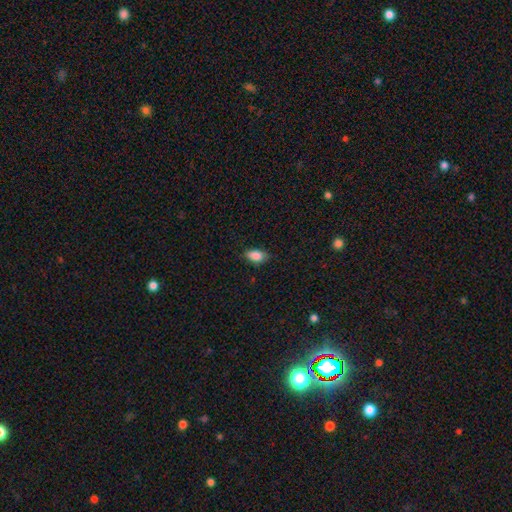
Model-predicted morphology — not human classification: This appears to be a smooth galaxy with no disk features (87%) that is in between round and cigar-shaped (89%). Merging: none (77%).